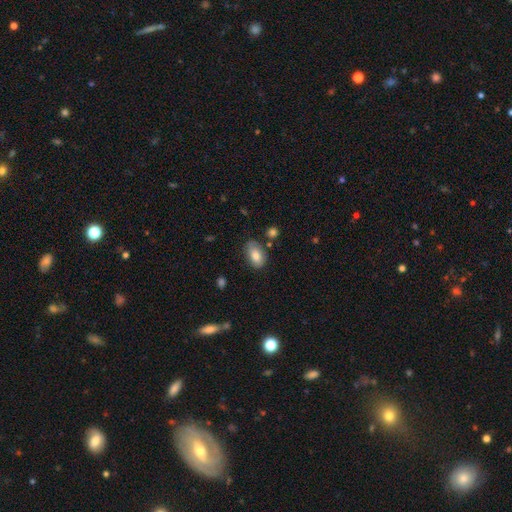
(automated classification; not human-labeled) Q: Smooth or featured?
A: smooth (78%); runner-up: featured or disk (14%)
Q: How rounded?
A: in between (91%); runner-up: round (7%)
Q: Merging?
A: none (70%); runner-up: minor disturbance (22%)